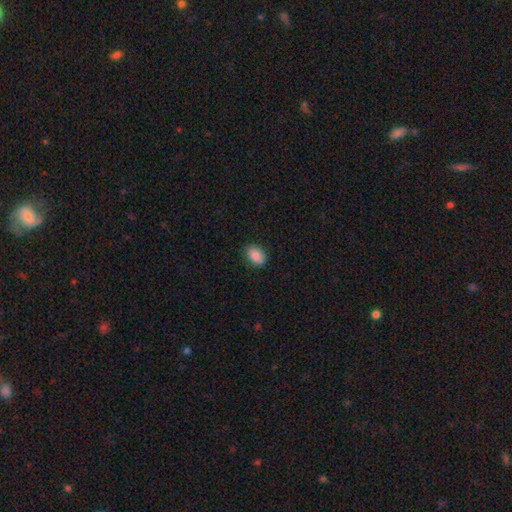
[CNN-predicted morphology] This appears to be a smooth galaxy with no disk features (88%) that is in between round and cigar-shaped (82%). Merging: none (84%).